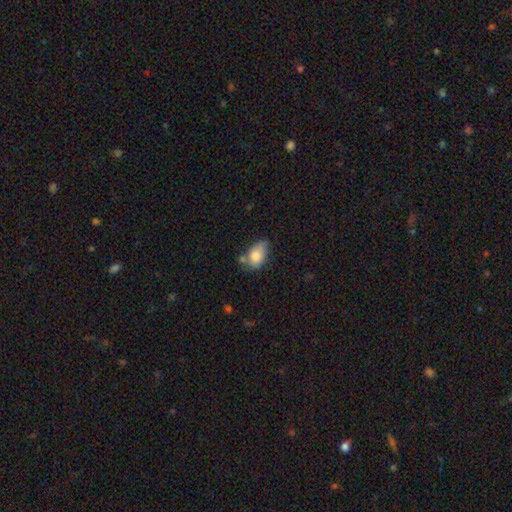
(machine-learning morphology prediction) This appears to be a smooth galaxy with no disk features (79%) that is in between round and cigar-shaped (84%). Merging: none (38%).